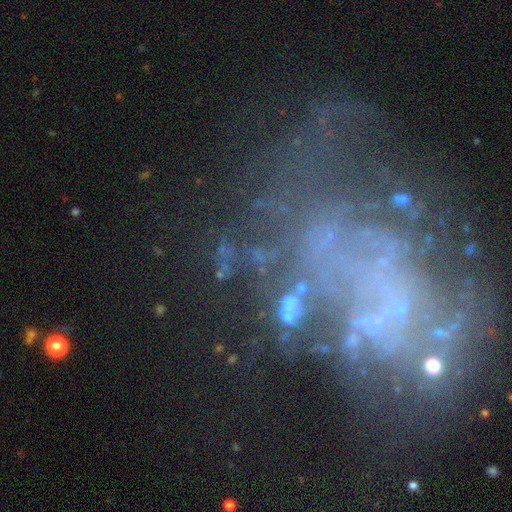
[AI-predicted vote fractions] smooth-or-featured: featured or disk: 53% | star or artifact: 31% | smooth: 16%
  disk-edge-on: no: 94% | yes: 6%
    bar: no: 72% | weak: 17% | strong: 11%
    has-spiral-arms: no: 54% | yes: 46%
    bulge-size: none: 51% | small: 32% | moderate: 11% | large: 3% | dominant: 3%
  merging: none: 47% | major disturbance: 26% | minor disturbance: 17% | merger: 10%